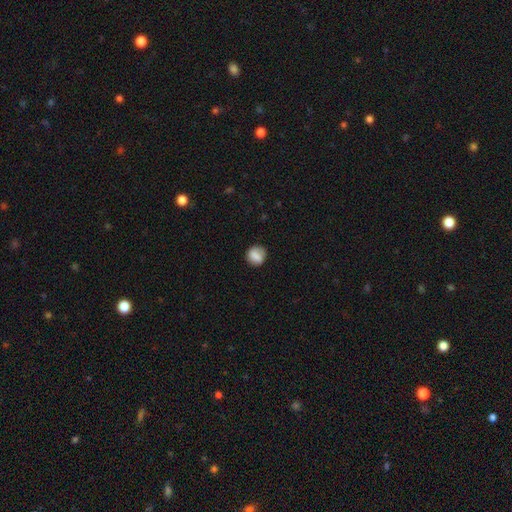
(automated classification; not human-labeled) The model was most divided on "merging": none: 76%, minor disturbance: 17%, major disturbance: 5%, merger: 2%. More confident: how rounded — round (82%); smooth or featured — smooth (82%).